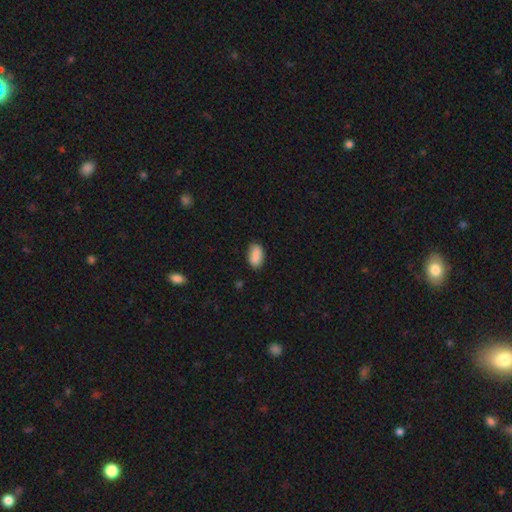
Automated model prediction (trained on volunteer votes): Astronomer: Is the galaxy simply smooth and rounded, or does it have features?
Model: smooth — 89%.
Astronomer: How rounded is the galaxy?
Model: in between — 93%.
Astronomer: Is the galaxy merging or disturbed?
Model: none — 83%.